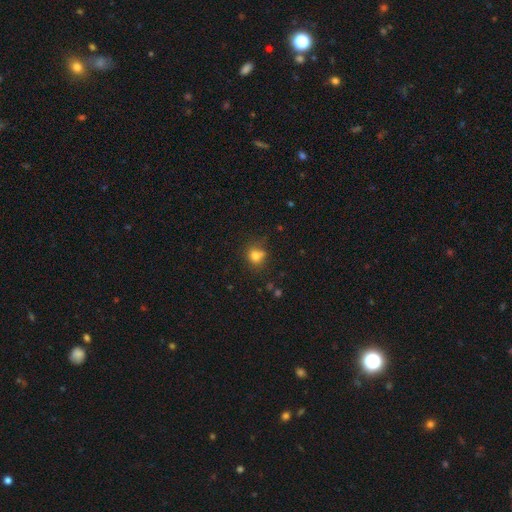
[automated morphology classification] Smooth or featured? Predicted: smooth (p=0.78). How rounded? Predicted: round (p=0.72). Merging? Predicted: none (p=0.58).